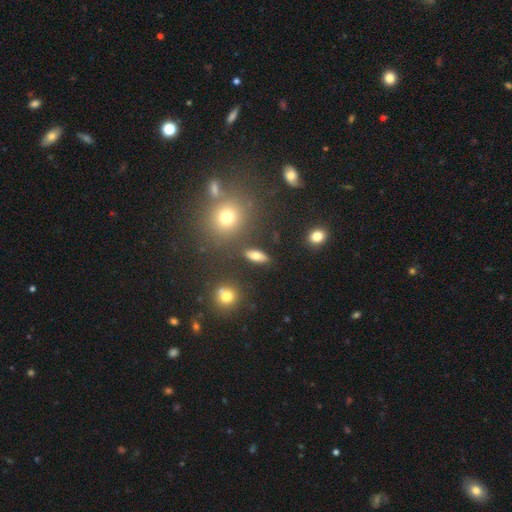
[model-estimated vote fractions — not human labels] Smooth or featured? smooth (70%)
How rounded? in between (69%)
Merging? none (84%)